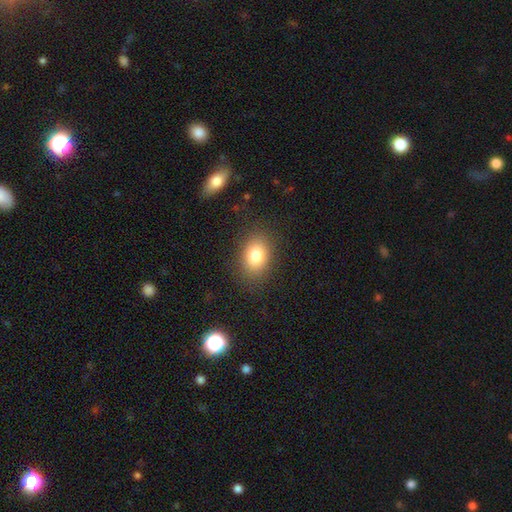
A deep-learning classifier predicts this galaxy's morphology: Smooth or featured? smooth (81%)
How rounded? in between (73%)
Merging? none (84%)